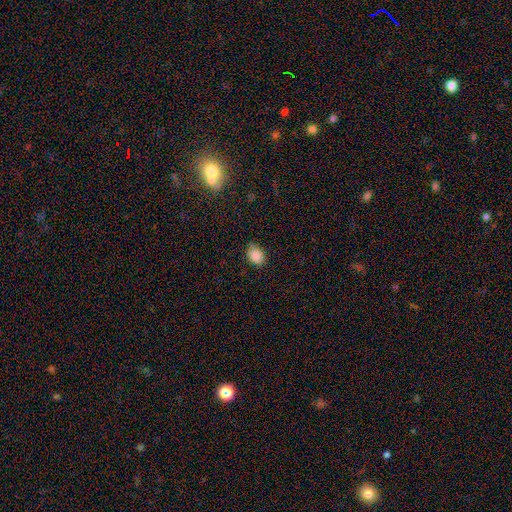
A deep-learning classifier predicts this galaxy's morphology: smooth_or_featured: smooth (p=0.87) [alt: star or artifact p=0.09]
how_rounded: in between (p=0.65) [alt: round p=0.34]
merging: none (p=0.75) [alt: minor disturbance p=0.20]